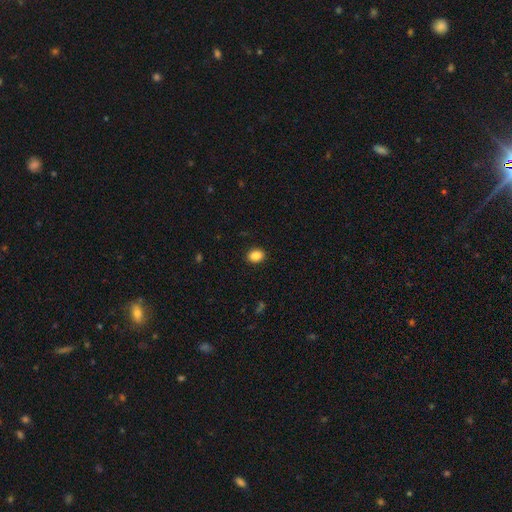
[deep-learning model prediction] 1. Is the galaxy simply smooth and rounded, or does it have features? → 88% smooth, 9% star or artifact, 3% featured or disk.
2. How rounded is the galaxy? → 63% in between, 36% round, 1% cigar-shaped.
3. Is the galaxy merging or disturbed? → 91% none, 6% minor disturbance, 2% major disturbance, 1% merger.